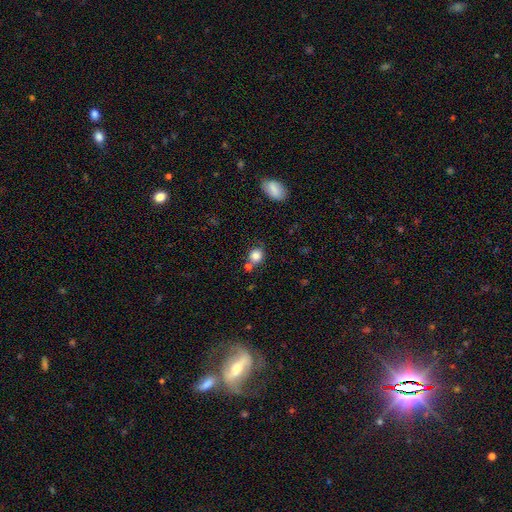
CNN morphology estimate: smooth-or-featured: smooth: 83% | star or artifact: 10% | featured or disk: 6%
  how-rounded: round: 77% | in between: 22% | cigar-shaped: 1%
  merging: none: 65% | merger: 18% | minor disturbance: 14% | major disturbance: 4%